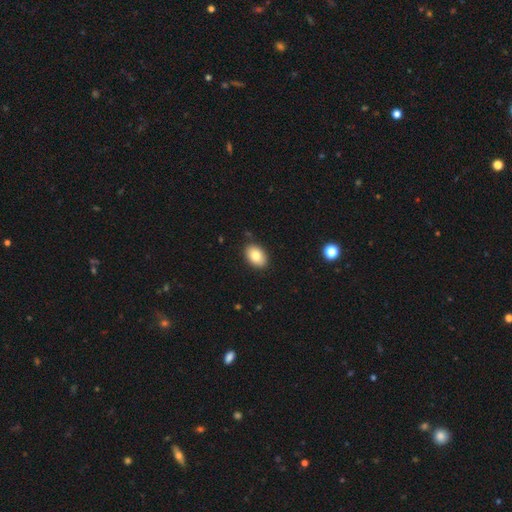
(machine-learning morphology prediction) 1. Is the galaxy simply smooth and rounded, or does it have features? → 82% smooth, 11% featured or disk, 8% star or artifact.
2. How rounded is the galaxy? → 86% in between, 13% round, 1% cigar-shaped.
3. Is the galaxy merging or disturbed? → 88% none, 9% minor disturbance, 2% major disturbance, 1% merger.